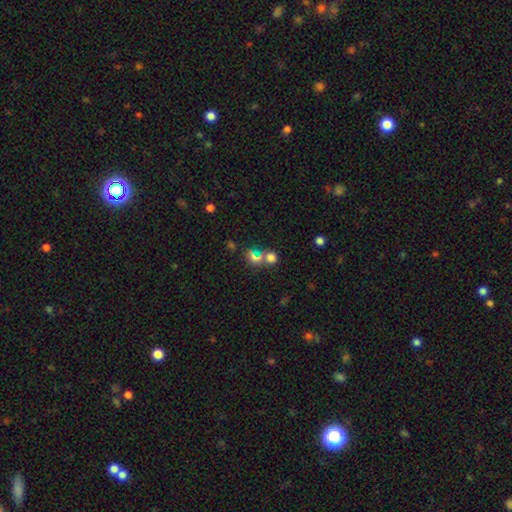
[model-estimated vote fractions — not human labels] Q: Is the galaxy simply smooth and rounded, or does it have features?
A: smooth — 57%.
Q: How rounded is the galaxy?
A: round — 59%.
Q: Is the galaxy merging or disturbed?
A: none — 43%.